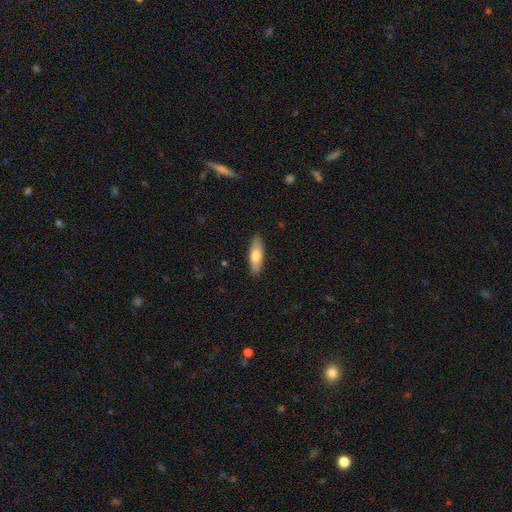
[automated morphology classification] Smooth or featured? Predicted: smooth (p=0.71). How rounded? Predicted: in between (p=0.59). Merging? Predicted: none (p=0.87).